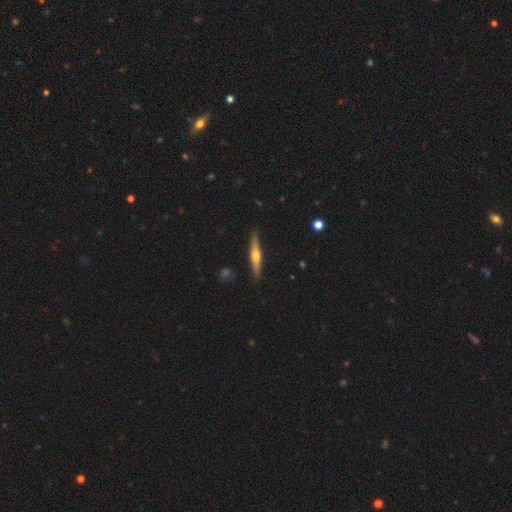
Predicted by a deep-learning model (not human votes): The model was most divided on "smooth or featured": featured or disk: 58%, smooth: 36%, star or artifact: 6%. More confident: edge-on disk — yes (97%); merging — none (89%); edge-on bulge — rounded (85%).